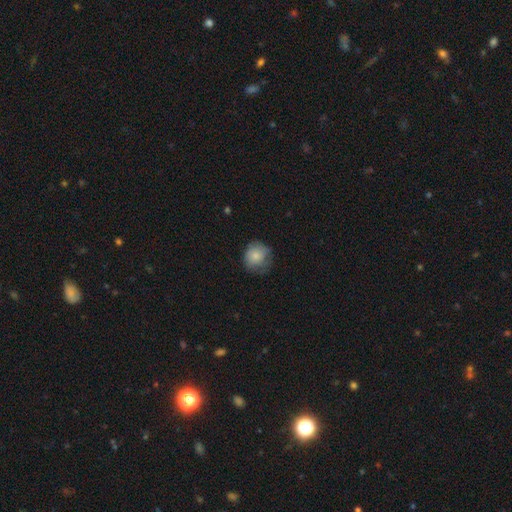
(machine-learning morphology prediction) Smooth or featured? smooth (78%)
How rounded? round (86%)
Merging? none (61%)